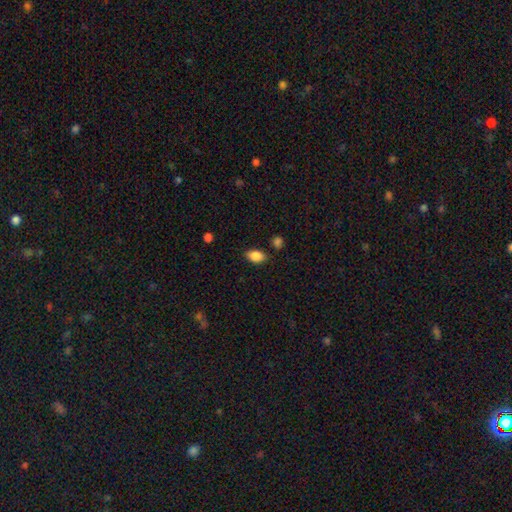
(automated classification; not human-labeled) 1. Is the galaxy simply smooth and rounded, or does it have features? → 87% smooth, 8% star or artifact, 5% featured or disk.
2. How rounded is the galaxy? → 90% in between, 8% round, 2% cigar-shaped.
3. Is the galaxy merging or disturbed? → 80% none, 13% minor disturbance, 3% merger, 3% major disturbance.